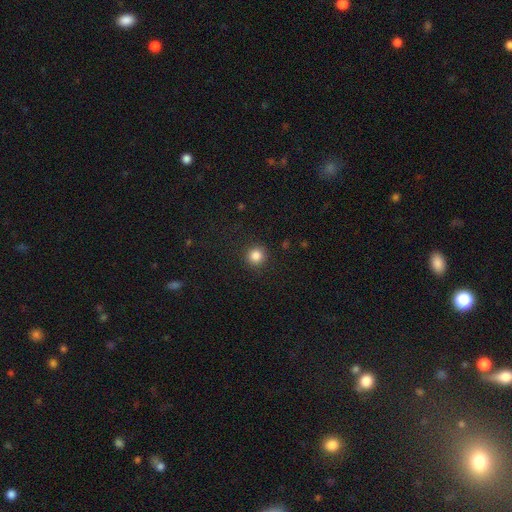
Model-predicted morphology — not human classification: type=smooth (85%); roundness=round (94%); merging=none (91%).